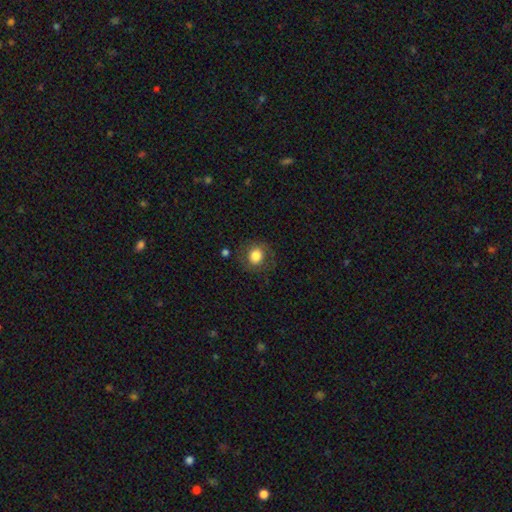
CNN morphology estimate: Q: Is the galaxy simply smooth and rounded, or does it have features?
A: smooth — 78%.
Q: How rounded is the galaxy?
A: round — 82%.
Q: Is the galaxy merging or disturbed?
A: none — 78%.